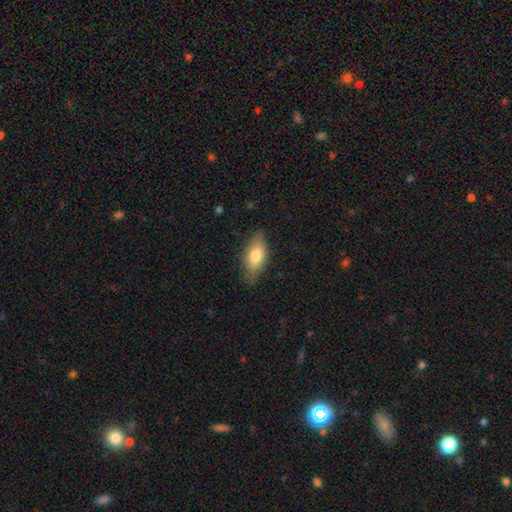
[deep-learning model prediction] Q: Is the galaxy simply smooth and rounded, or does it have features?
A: smooth — 74%.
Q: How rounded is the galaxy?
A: in between — 83%.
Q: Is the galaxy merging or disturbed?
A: none — 76%.